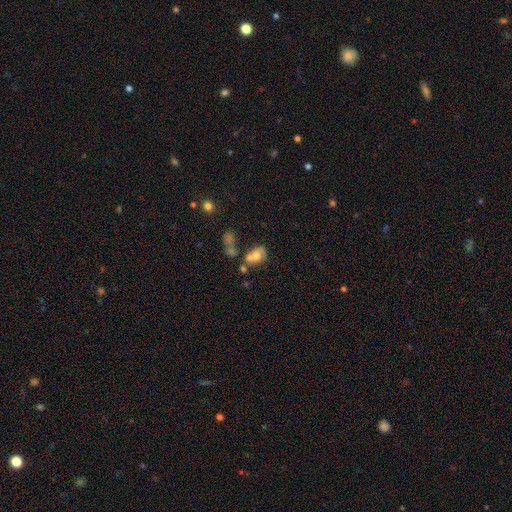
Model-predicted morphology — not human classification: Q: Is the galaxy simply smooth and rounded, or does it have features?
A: smooth — 59%.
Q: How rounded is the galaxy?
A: in between — 70%.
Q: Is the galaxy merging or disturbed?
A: merger — 35%.